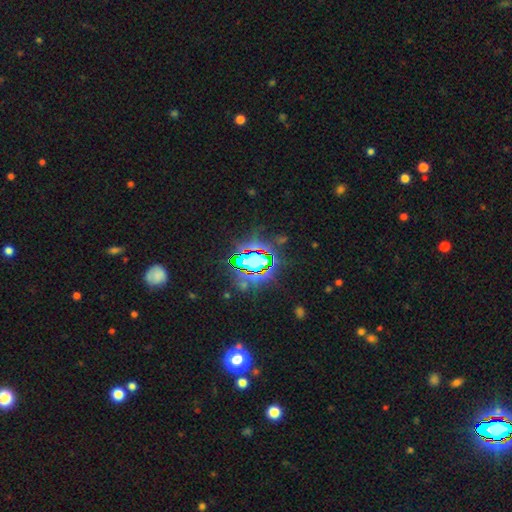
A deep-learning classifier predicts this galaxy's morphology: A star or artifact, not a galaxy (75%).

Vote fractions:
- Smooth or featured? star or artifact: 75% / smooth: 13% / featured or disk: 11%